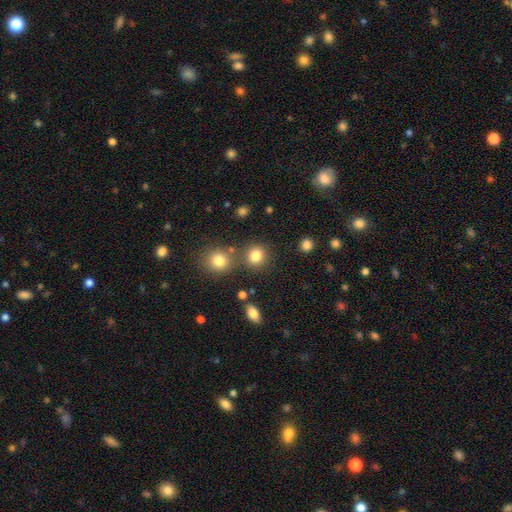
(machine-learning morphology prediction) This appears to be a smooth galaxy with no disk features (83%) that is round (84%). Merging: none (76%).